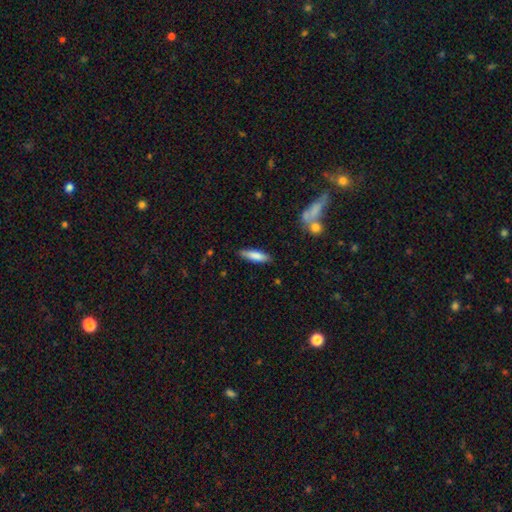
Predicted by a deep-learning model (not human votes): A smooth galaxy with no disk features (81%) that is cigar-shaped (63%).

Vote fractions:
- Smooth or featured? smooth: 81% / featured or disk: 14% / star or artifact: 6%
- How rounded? cigar-shaped: 63% / in between: 36% / round: 1%
- Merging? none: 84% / minor disturbance: 12% / major disturbance: 2% / merger: 2%